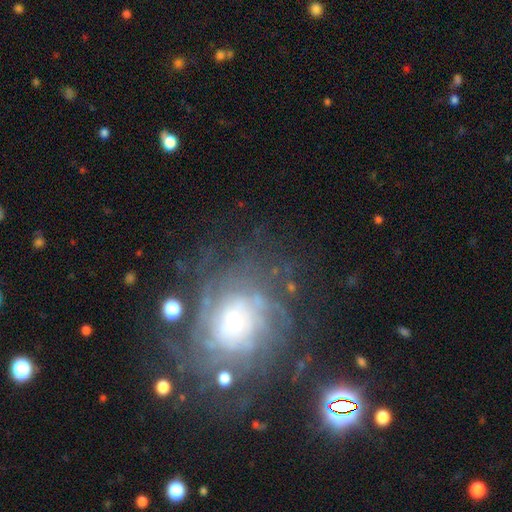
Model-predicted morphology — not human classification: featured or disk 76%, star or artifact 14%, smooth 10%. Down the decision tree: edge-on disk — no (97%); bar — no (67%); spiral arms — yes (92%); spiral arm count — can't tell (47%); spiral winding — tight (69%); bulge size — small (61%); merging — none (73%).